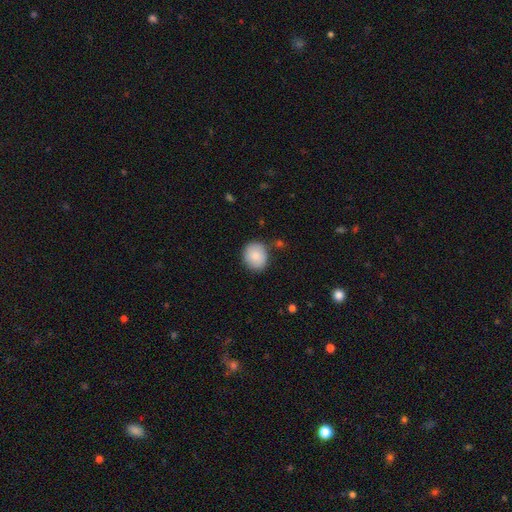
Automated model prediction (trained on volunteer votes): The model was most divided on "how rounded": round: 73%, in between: 26%, cigar-shaped: 1%. More confident: smooth or featured — smooth (84%); merging — none (79%).